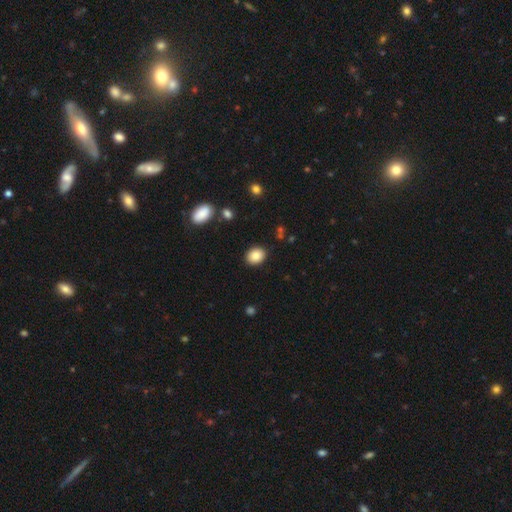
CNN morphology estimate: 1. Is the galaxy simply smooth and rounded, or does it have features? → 86% smooth, 8% star or artifact, 5% featured or disk.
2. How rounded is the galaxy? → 61% in between, 38% round, 1% cigar-shaped.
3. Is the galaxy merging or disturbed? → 88% none, 8% minor disturbance, 2% major disturbance, 1% merger.